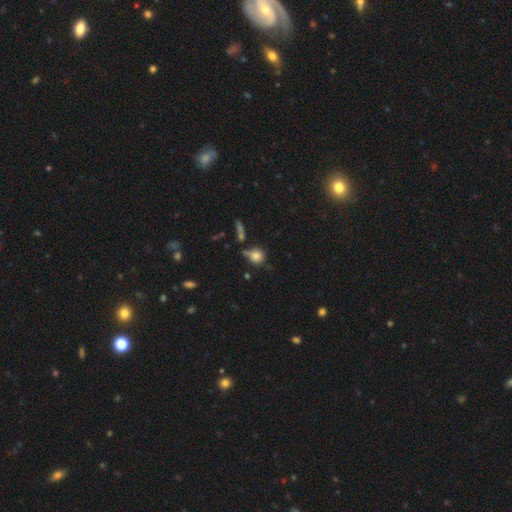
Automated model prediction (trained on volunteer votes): Smooth or featured?
  - smooth: 77% *
  - star or artifact: 12%
  - featured or disk: 11%
How rounded?
  - round: 81% *
  - in between: 16%
  - cigar-shaped: 3%
Merging?
  - none: 59% *
  - minor disturbance: 20%
  - merger: 13%
  - major disturbance: 8%